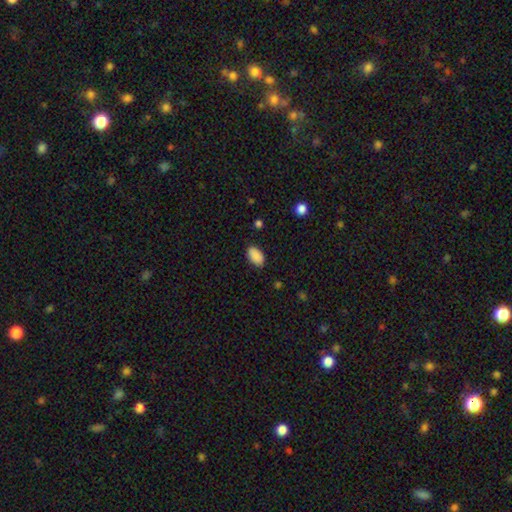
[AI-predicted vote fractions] smooth 90%, star or artifact 7%, featured or disk 3%. Down the decision tree: how rounded — in between (94%); merging — none (86%).